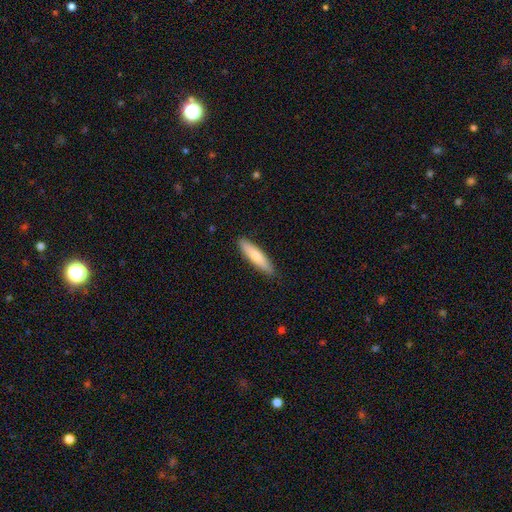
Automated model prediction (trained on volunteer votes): Morphology: type=smooth (71%); roundness=cigar-shaped (77%); merging=none (89%).